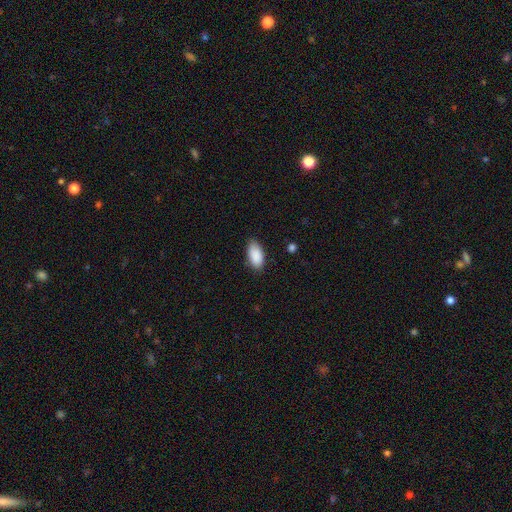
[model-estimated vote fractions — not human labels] Q: Smooth or featured?
A: smooth (89%); runner-up: star or artifact (6%)
Q: How rounded?
A: in between (93%); runner-up: cigar-shaped (4%)
Q: Merging?
A: none (79%); runner-up: minor disturbance (17%)